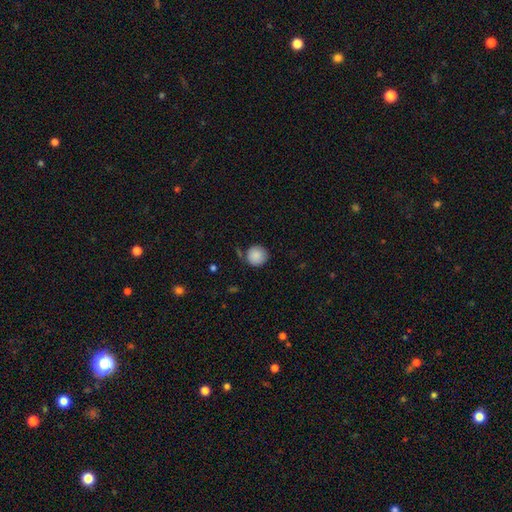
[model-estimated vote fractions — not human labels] Smooth or featured? smooth (88%)
How rounded? round (94%)
Merging? none (79%)